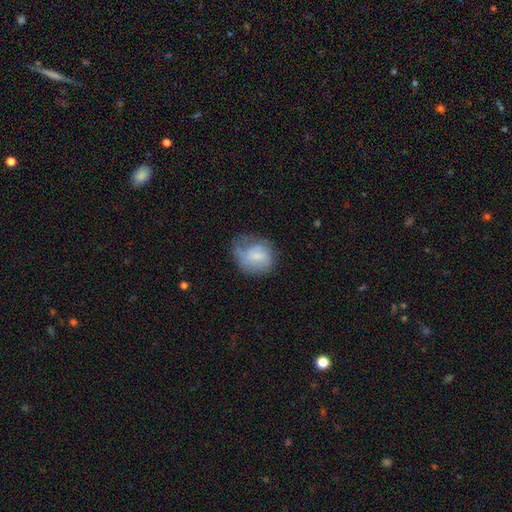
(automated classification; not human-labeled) Q: Smooth or featured?
A: smooth (52%); runner-up: featured or disk (40%)
Q: How rounded?
A: round (64%); runner-up: in between (35%)
Q: Merging?
A: none (41%); runner-up: minor disturbance (31%)